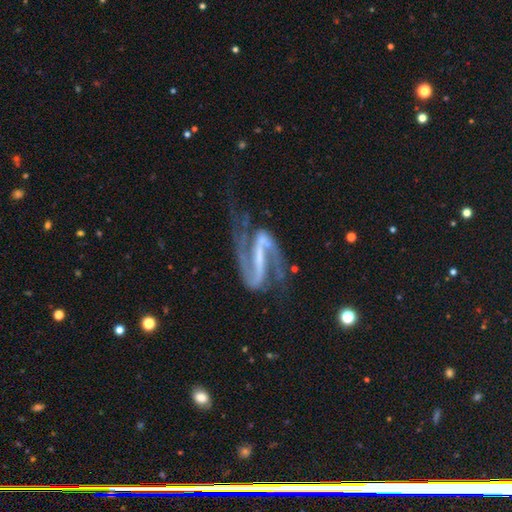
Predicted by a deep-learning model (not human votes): Overall: featured or disk (88%). Edge-on disk: no (93%). Bar: strong (72%). Spiral arms: yes (95%). Spiral arm count: 2 (91%). Spiral winding: loose (43%; medium 42%). Bulge size: small (50%; none 36%). Merging: none (58%; major disturbance 20%).